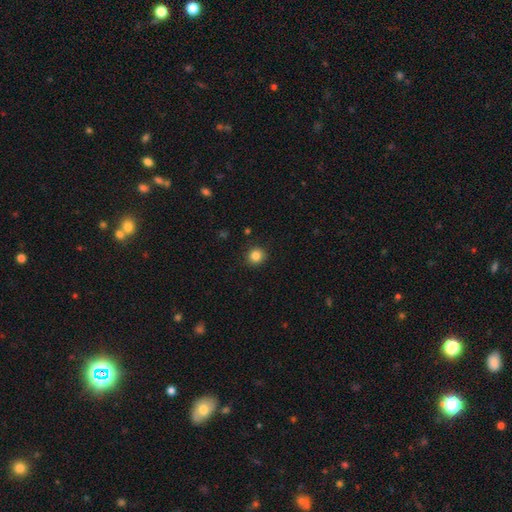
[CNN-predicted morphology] smooth_or_featured: smooth (p=0.85) [alt: star or artifact p=0.11]
how_rounded: round (p=0.91) [alt: in between p=0.08]
merging: none (p=0.91) [alt: minor disturbance p=0.06]